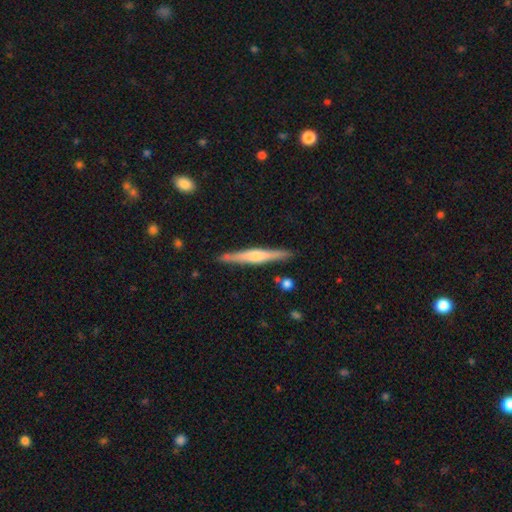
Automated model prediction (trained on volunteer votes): Smooth or featured? Predicted: featured or disk (p=0.61). Edge-on disk? Predicted: yes (p=0.97). Edge-on bulge? Predicted: rounded (p=0.68). Merging? Predicted: none (p=0.88).